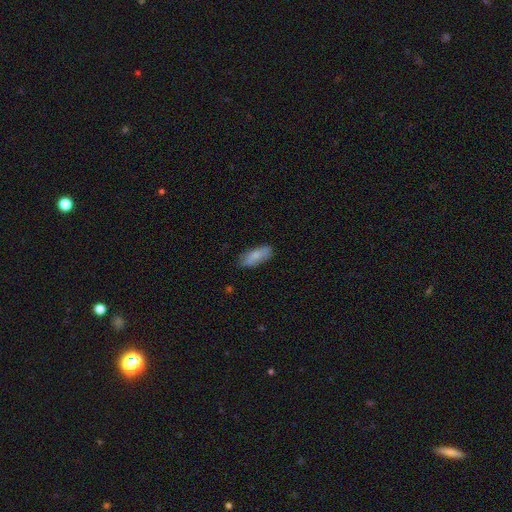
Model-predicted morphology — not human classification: type=smooth (79%); roundness=in between (76%); merging=none (78%).